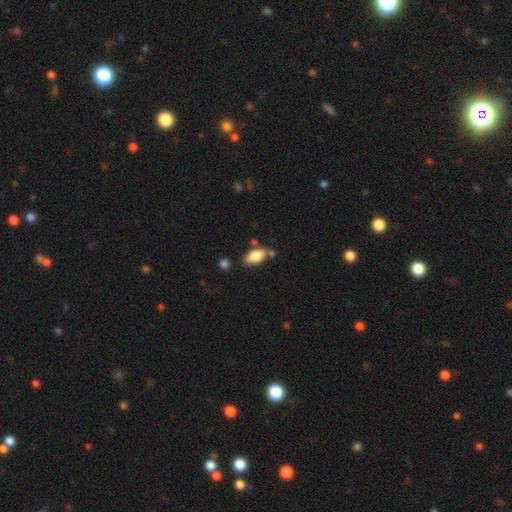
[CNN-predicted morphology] A smooth galaxy with no disk features (80%) that is in between round and cigar-shaped (91%). Merging: none (67%).